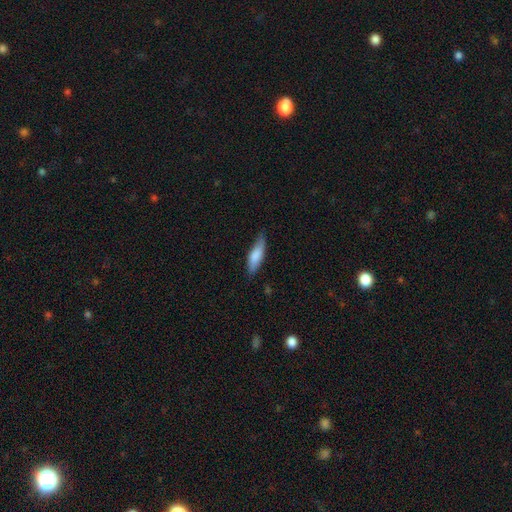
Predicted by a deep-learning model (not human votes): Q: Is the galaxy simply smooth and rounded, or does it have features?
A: smooth — 81%.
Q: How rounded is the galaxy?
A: in between — 50%.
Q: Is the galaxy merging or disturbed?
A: none — 74%.